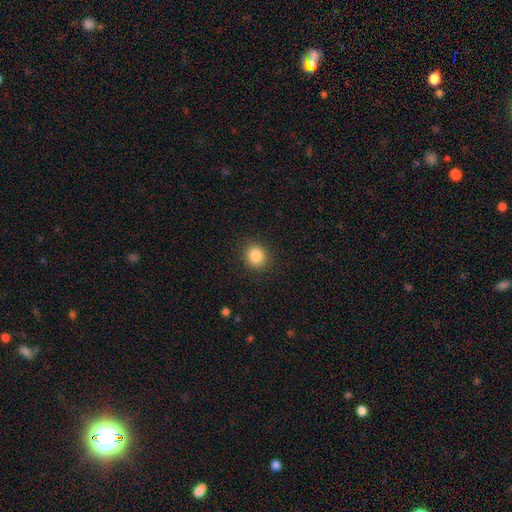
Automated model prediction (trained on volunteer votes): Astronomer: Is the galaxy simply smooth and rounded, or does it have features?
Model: smooth — 86%.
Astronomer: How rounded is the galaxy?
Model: round — 83%.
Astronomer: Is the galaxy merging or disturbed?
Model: none — 90%.